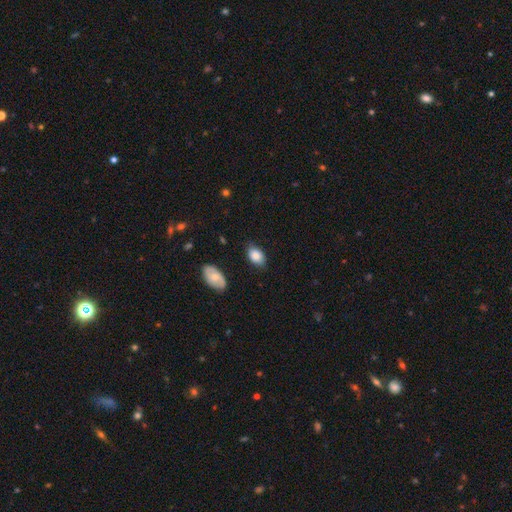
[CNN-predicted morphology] The model was most divided on "merging": none: 77%, minor disturbance: 18%, major disturbance: 3%, merger: 2%. More confident: how rounded — in between (88%); smooth or featured — smooth (83%).